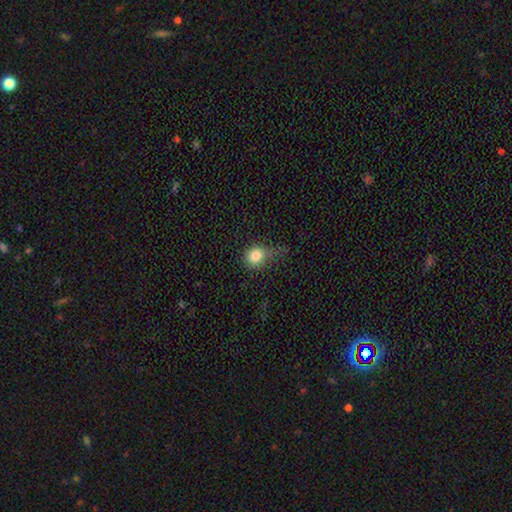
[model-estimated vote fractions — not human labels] smooth-or-featured: smooth: 83% | star or artifact: 11% | featured or disk: 6%
  how-rounded: round: 72% | in between: 26% | cigar-shaped: 1%
  merging: none: 47% | minor disturbance: 33% | major disturbance: 17% | merger: 3%